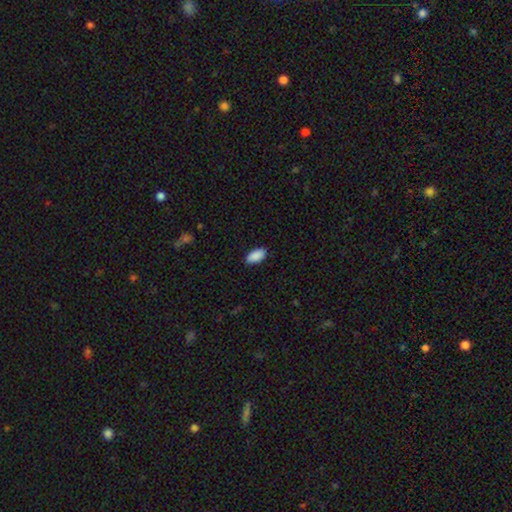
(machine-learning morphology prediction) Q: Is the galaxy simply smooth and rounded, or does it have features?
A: smooth — 90%.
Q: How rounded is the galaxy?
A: in between — 93%.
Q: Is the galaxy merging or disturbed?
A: none — 88%.